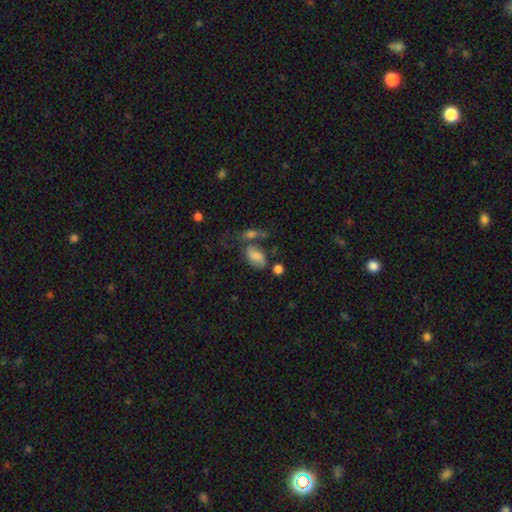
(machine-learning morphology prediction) Smooth or featured? smooth (67%)
How rounded? in between (88%)
Merging? none (38%)